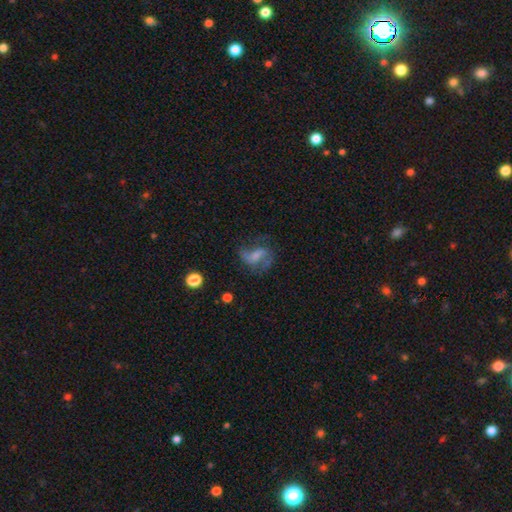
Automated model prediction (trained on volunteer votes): This appears to be a featured or disk galaxy (63%) with a weak bar (46%), 2 (75%) loose (49%) spiral arms (83%) and a small central bulge (34%). Merging: none (50%).